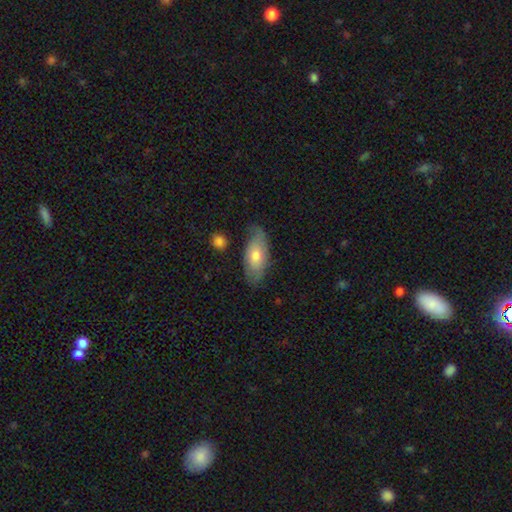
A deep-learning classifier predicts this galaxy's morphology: smooth 63%, featured or disk 31%, star or artifact 6%. Down the decision tree: how rounded — in between (86%); merging — none (67%).